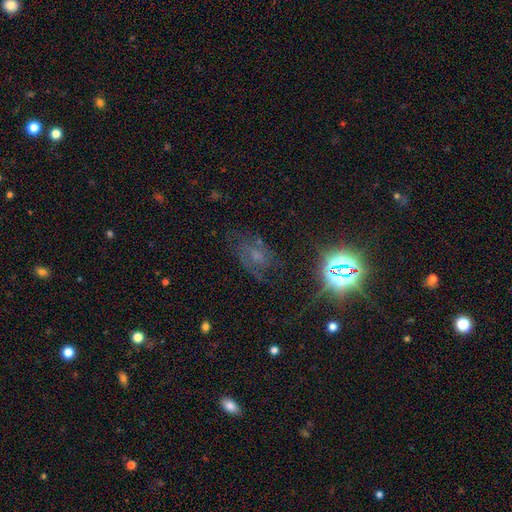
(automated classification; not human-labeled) smooth-or-featured: star or artifact: 38% | featured or disk: 36% | smooth: 26%